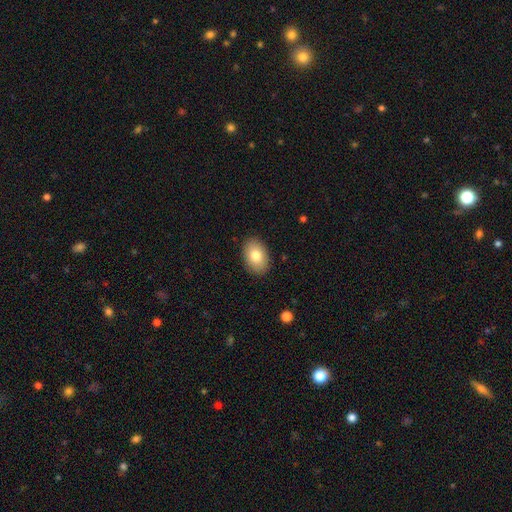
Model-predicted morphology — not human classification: smooth 80%, featured or disk 13%, star or artifact 8%. Down the decision tree: how rounded — in between (84%); merging — none (89%).